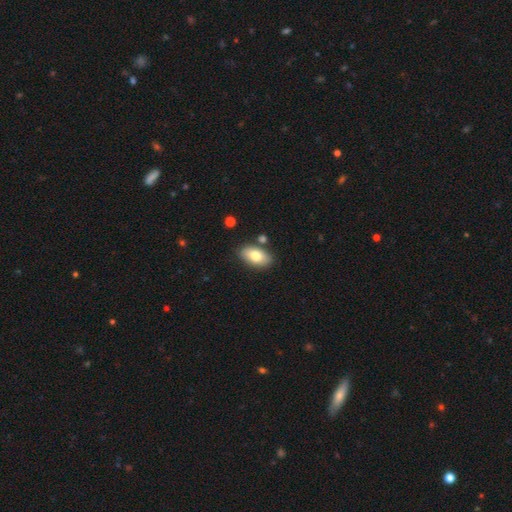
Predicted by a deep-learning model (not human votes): Smooth or featured?
  - smooth: 77% *
  - featured or disk: 16%
  - star or artifact: 7%
How rounded?
  - in between: 93% *
  - round: 5%
  - cigar-shaped: 2%
Merging?
  - none: 80% *
  - minor disturbance: 11%
  - merger: 6%
  - major disturbance: 3%